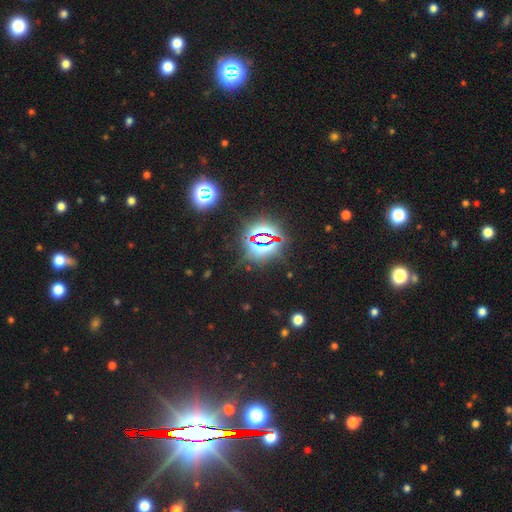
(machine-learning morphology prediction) smooth-or-featured: star or artifact: 80% | smooth: 14% | featured or disk: 7%